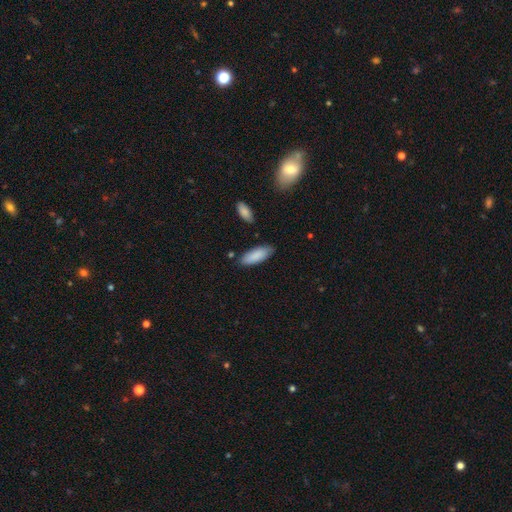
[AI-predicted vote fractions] A smooth galaxy with no disk features (88%) that is in between round and cigar-shaped (74%). Merging: none (80%).